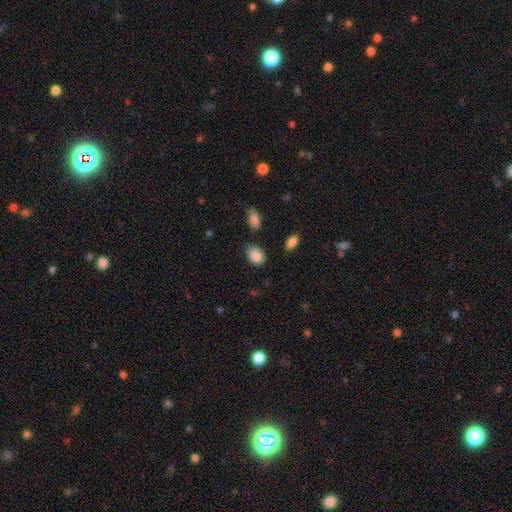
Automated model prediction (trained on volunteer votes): Smooth or featured? smooth (89%)
How rounded? in between (74%)
Merging? none (77%)